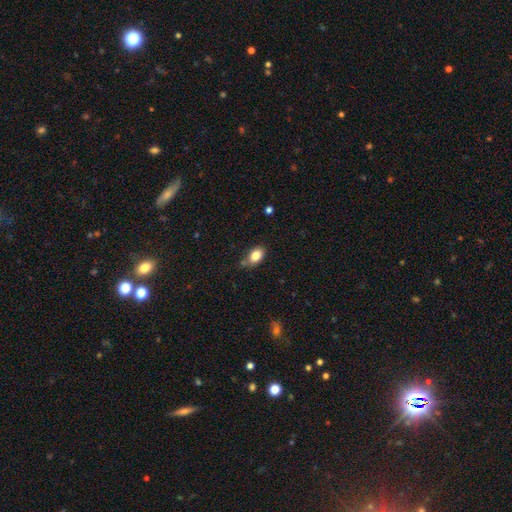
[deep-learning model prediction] A smooth galaxy with no disk features (83%) that is in between round and cigar-shaped (85%).

Vote fractions:
- Smooth or featured? smooth: 83% / star or artifact: 9% / featured or disk: 9%
- How rounded? in between: 85% / round: 13% / cigar-shaped: 2%
- Merging? none: 68% / minor disturbance: 21% / merger: 6% / major disturbance: 4%